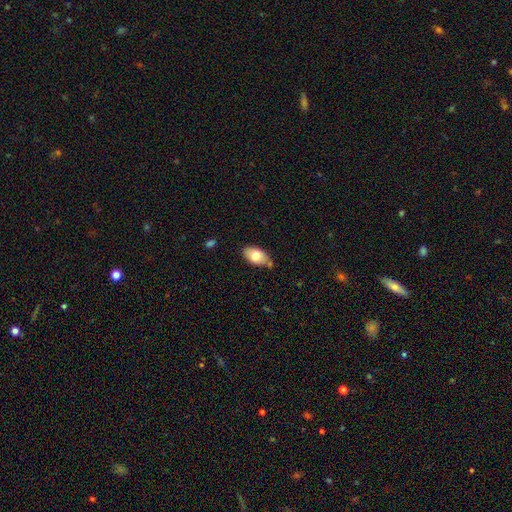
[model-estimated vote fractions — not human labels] Q: Smooth or featured?
A: smooth (78%); runner-up: featured or disk (15%)
Q: How rounded?
A: in between (93%); runner-up: round (5%)
Q: Merging?
A: none (71%); runner-up: minor disturbance (20%)